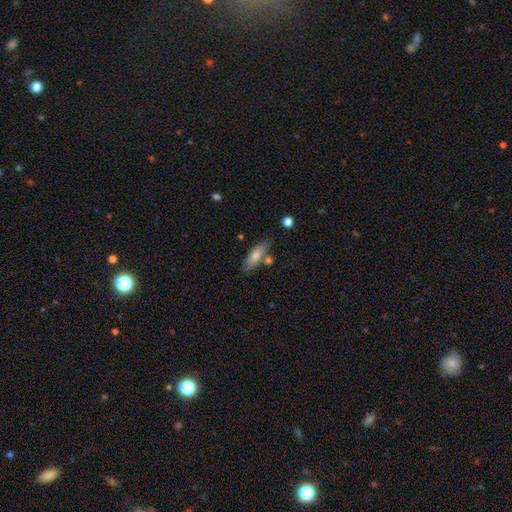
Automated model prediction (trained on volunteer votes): smooth-or-featured: smooth: 70% | featured or disk: 23% | star or artifact: 7%
  how-rounded: in between: 62% | cigar-shaped: 36% | round: 2%
  merging: none: 65% | minor disturbance: 19% | merger: 11% | major disturbance: 5%